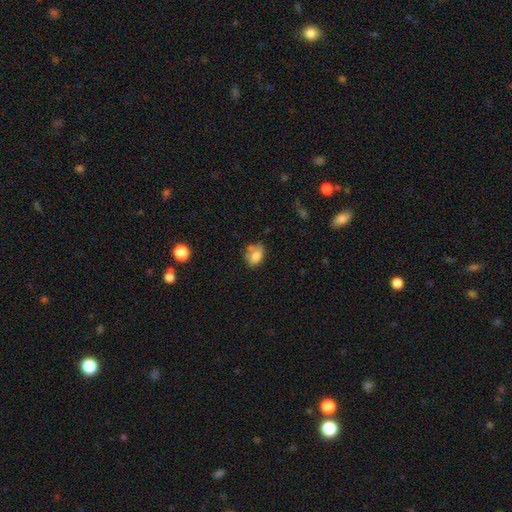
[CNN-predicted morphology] type=smooth (74%); roundness=in between (69%); merging=none (47%).